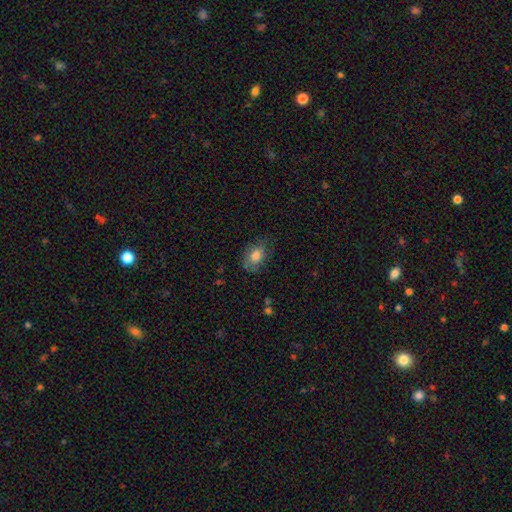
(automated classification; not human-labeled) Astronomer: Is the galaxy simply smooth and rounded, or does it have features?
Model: smooth — 74%.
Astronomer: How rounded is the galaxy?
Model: in between — 80%.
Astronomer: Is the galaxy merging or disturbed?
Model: none — 66%.